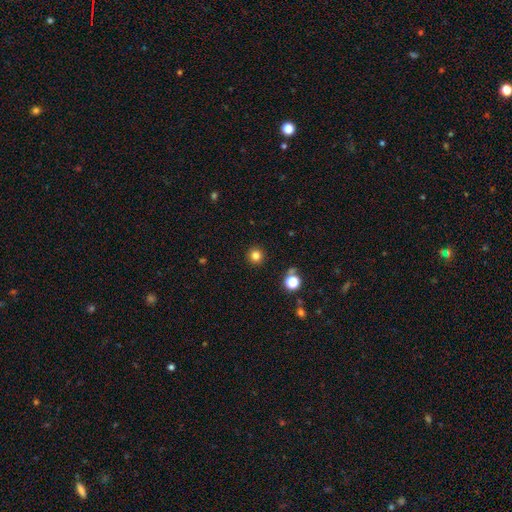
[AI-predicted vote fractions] A smooth galaxy with no disk features (81%) that is round (96%).

Vote fractions:
- Smooth or featured? smooth: 81% / star or artifact: 14% / featured or disk: 5%
- How rounded? round: 96% / in between: 3% / cigar-shaped: 1%
- Merging? none: 92% / minor disturbance: 5% / major disturbance: 2% / merger: 2%